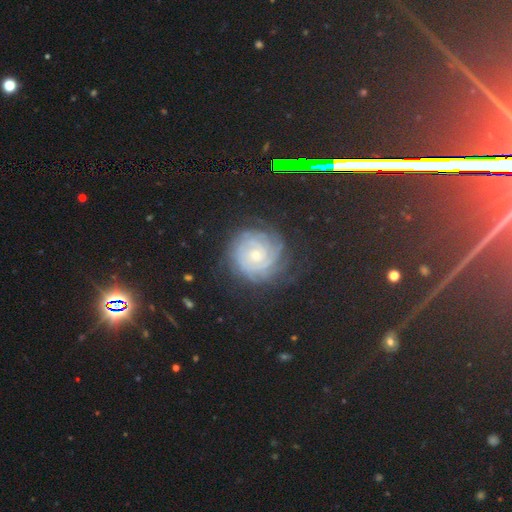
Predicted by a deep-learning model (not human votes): Smooth or featured? featured or disk (67%)
Edge-on disk? no (97%)
Bar? no (78%)
Spiral arms? yes (94%)
Spiral winding? tight (81%)
Spiral arm count? can't tell (38%)
Bulge size? small (71%)
Merging? none (77%)